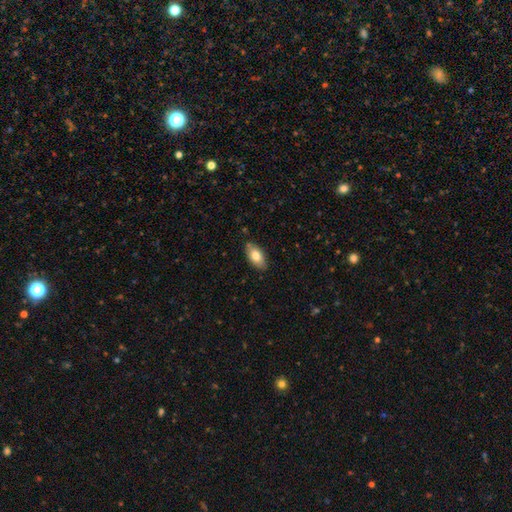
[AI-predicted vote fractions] smooth-or-featured: smooth: 78% | featured or disk: 16% | star or artifact: 7%
  how-rounded: in between: 92% | cigar-shaped: 5% | round: 3%
  merging: none: 83% | minor disturbance: 13% | major disturbance: 2% | merger: 1%